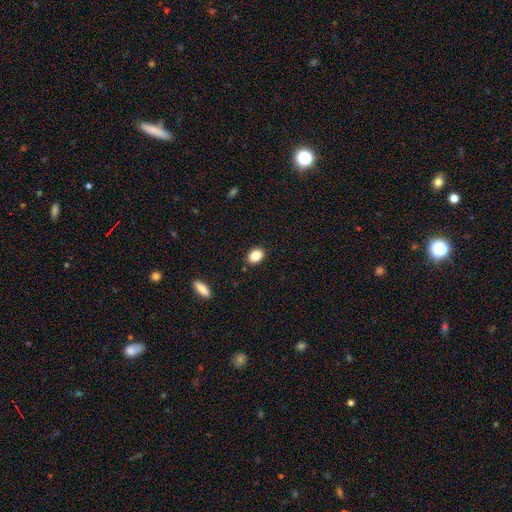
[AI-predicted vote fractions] The model was most divided on "how rounded": in between: 78%, round: 20%, cigar-shaped: 1%. More confident: merging — none (88%); smooth or featured — smooth (87%).